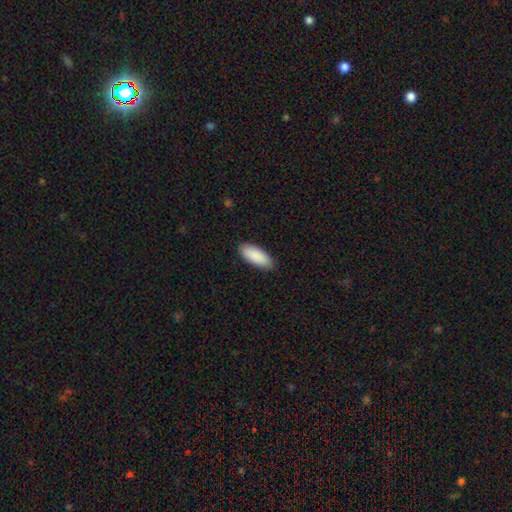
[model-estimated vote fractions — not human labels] The model was most divided on "how rounded": in between: 82%, cigar-shaped: 16%, round: 2%. More confident: smooth or featured — smooth (91%); merging — none (88%).